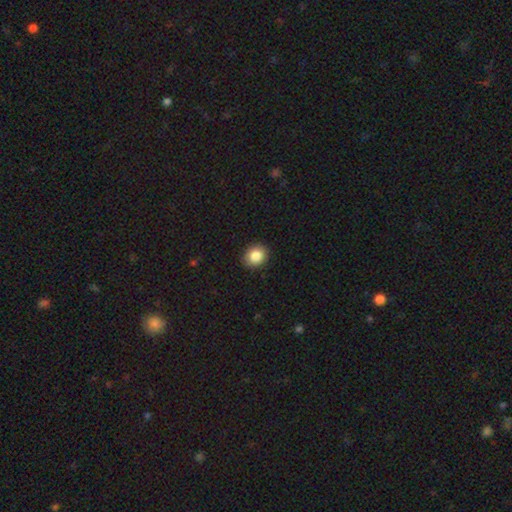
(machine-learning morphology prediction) Smooth or featured? smooth (86%)
How rounded? round (69%)
Merging? none (91%)